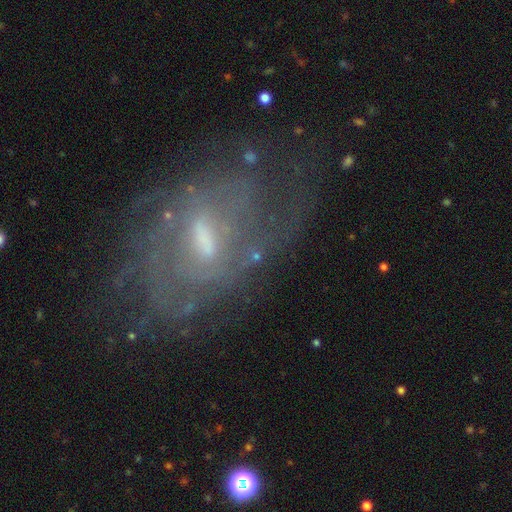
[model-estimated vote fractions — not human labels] Smooth or featured? featured or disk (68%)
Edge-on disk? no (91%)
Bar? weak (38%)
Spiral arms? yes (61%)
Bulge size? moderate (41%)
Merging? none (55%)